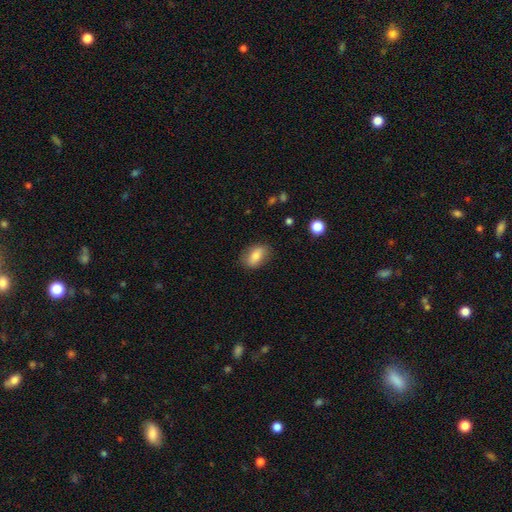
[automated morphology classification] The model was most divided on "merging": none: 80%, minor disturbance: 15%, major disturbance: 4%, merger: 1%. More confident: how rounded — in between (86%); smooth or featured — smooth (80%).